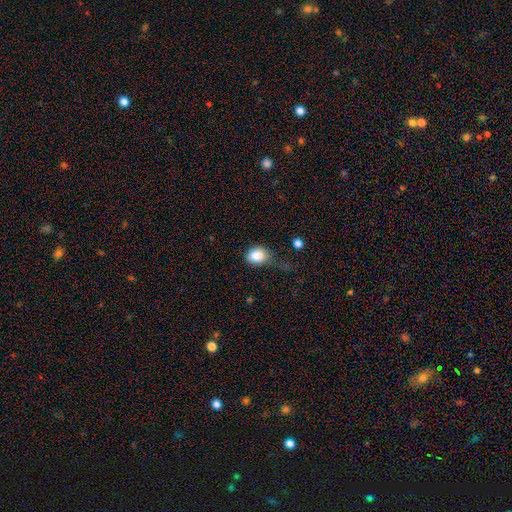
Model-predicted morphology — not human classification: Overall: smooth (84%). How rounded: in between (52%; round 47%). Merging: none (42%; minor disturbance 32%).